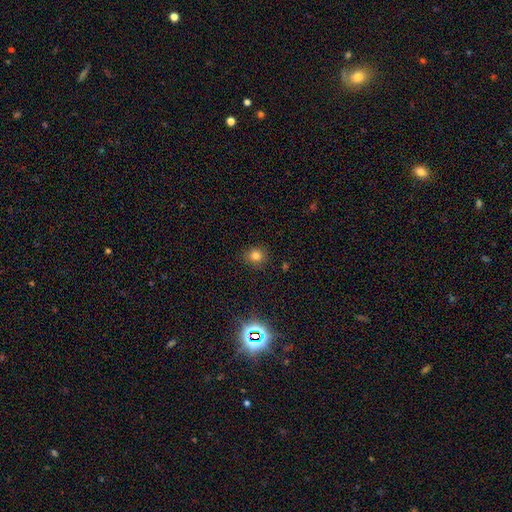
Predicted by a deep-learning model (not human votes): This is likely a smooth galaxy (76%). How rounded: clearly round (81%). Merging: clearly none (86%).